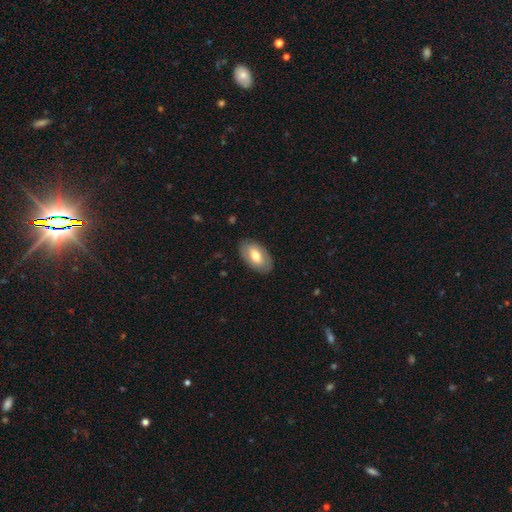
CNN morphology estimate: A smooth galaxy with no disk features (64%) that is in between round and cigar-shaped (94%). Merging: none (86%).